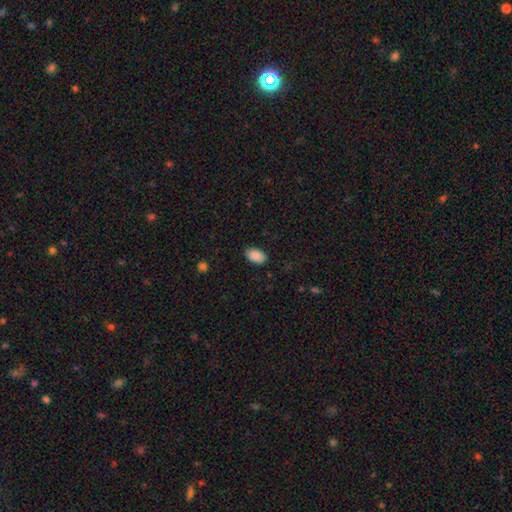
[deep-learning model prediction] Morphology: type=smooth (89%); roundness=in between (93%); merging=none (86%).